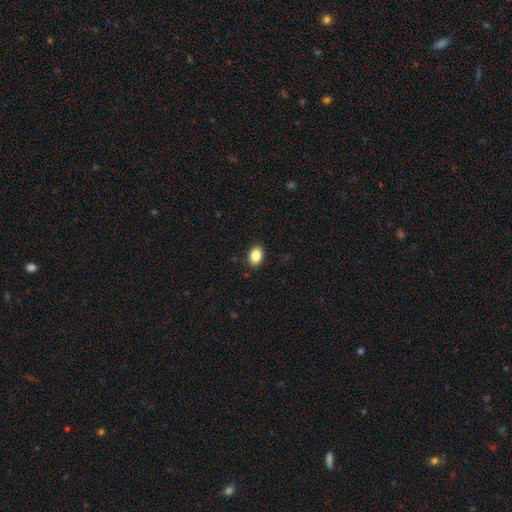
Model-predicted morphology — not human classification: This is clearly a smooth galaxy (86%). How rounded: clearly in between (80%). Merging: clearly none (89%).